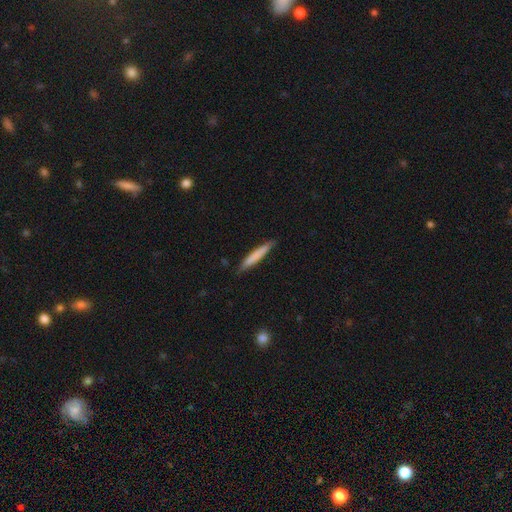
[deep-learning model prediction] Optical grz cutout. It shows a smooth galaxy with no disk features (73%) that is cigar-shaped (95%). Merging: none (87%).